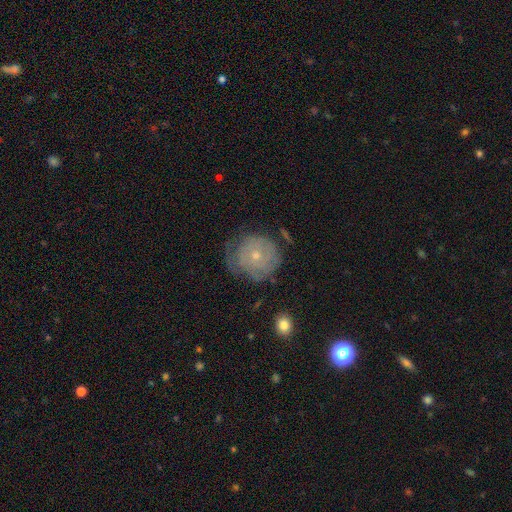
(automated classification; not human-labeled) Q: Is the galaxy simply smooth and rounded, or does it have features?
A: featured or disk — 54%.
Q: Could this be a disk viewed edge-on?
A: no — 97%.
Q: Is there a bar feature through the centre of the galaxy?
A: no — 87%.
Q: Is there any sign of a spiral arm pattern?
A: yes — 65%.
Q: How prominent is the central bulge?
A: small — 68%.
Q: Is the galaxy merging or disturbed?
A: none — 56%.